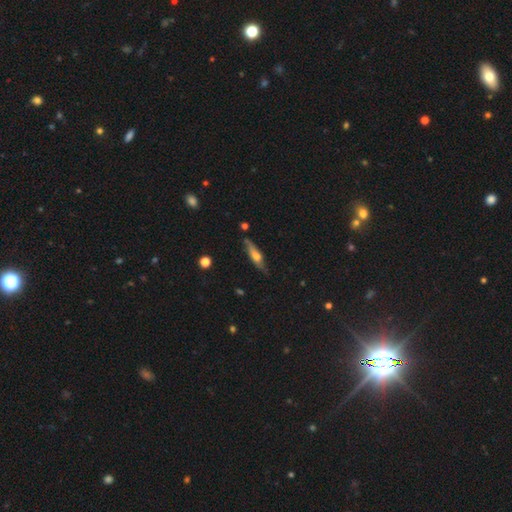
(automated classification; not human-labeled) Smooth or featured? Predicted: featured or disk (p=0.50). Merging? Predicted: none (p=0.74).